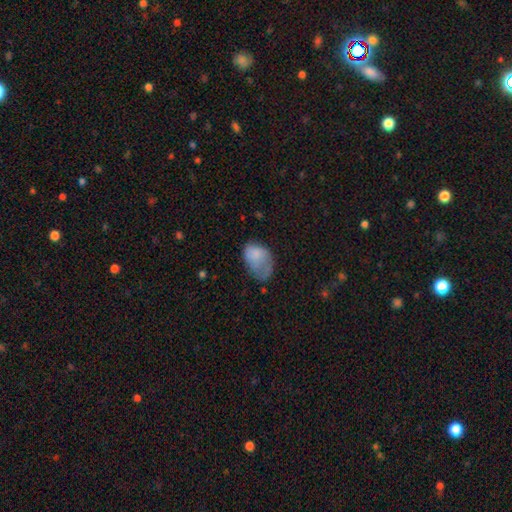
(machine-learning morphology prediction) Smooth or featured: smooth — 76% (featured or disk — 17%)
How rounded: in between — 83% (round — 16%)
Merging: major disturbance — 36% (tied with minor disturbance — 36%)